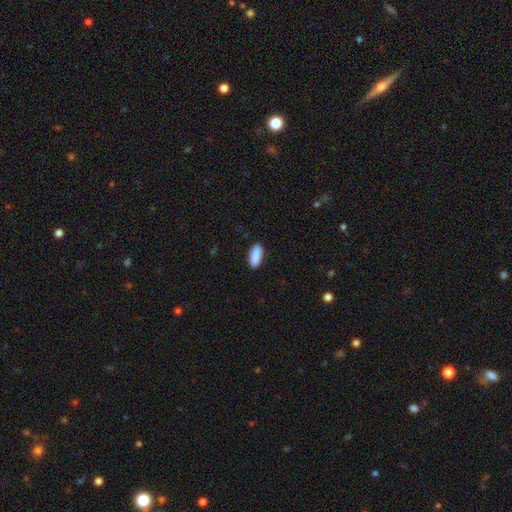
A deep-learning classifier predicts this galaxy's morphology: type=smooth (90%); roundness=in between (75%); merging=none (90%).